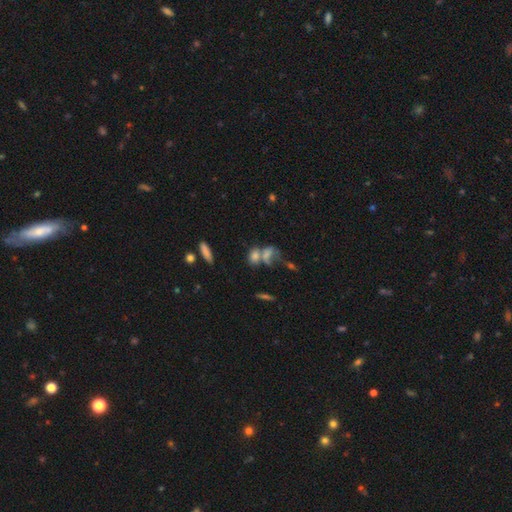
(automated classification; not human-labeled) Smooth or featured: smooth — 63% (featured or disk — 21%)
How rounded: in between — 68% (round — 24%)
Merging: merger — 48% (none — 31%)